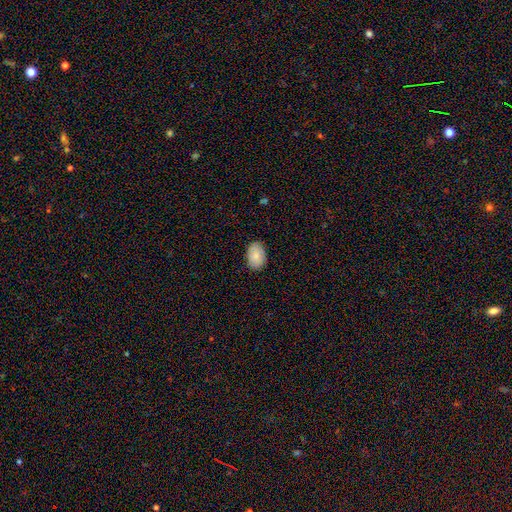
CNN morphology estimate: This is clearly a smooth galaxy (83%). How rounded: clearly in between (85%). Merging: clearly none (83%).